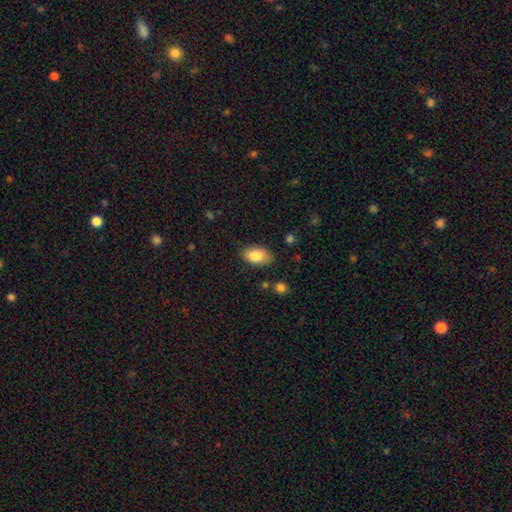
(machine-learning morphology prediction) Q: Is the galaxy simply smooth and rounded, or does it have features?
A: smooth — 84%.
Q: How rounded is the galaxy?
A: in between — 93%.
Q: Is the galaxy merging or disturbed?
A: none — 81%.